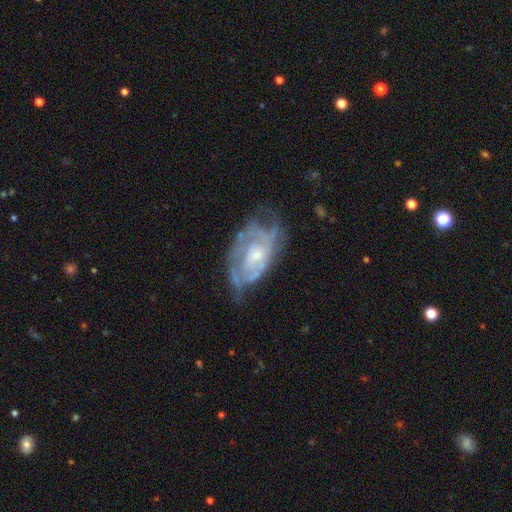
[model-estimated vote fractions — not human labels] smooth_or_featured: featured or disk (p=0.80) [alt: smooth p=0.14]
disk_edge_on: no (p=0.96) [alt: yes p=0.04]
bar: no (p=0.72) [alt: weak p=0.24]
has_spiral_arms: yes (p=0.82) [alt: no p=0.18]
spiral_winding: tight (p=0.54) [alt: medium p=0.35]
spiral_arm_count: can't tell (p=0.46) [alt: 2 p=0.25]
bulge_size: small (p=0.56) [alt: moderate p=0.37]
merging: none (p=0.53) [alt: minor disturbance p=0.28]